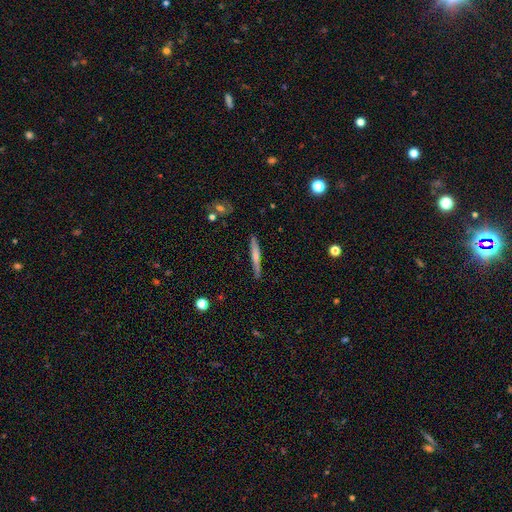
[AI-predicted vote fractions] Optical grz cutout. It shows a smooth galaxy with no disk features (55%) that is cigar-shaped (95%). Merging: none (86%).